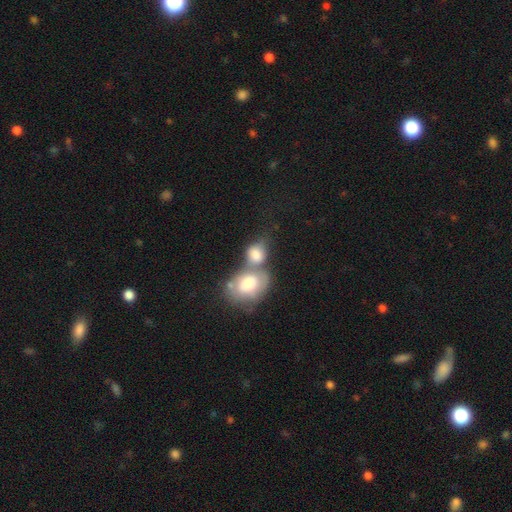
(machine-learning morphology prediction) This is likely a smooth galaxy (65%). How rounded: likely in between (66%). Merging: likely merger (65%).